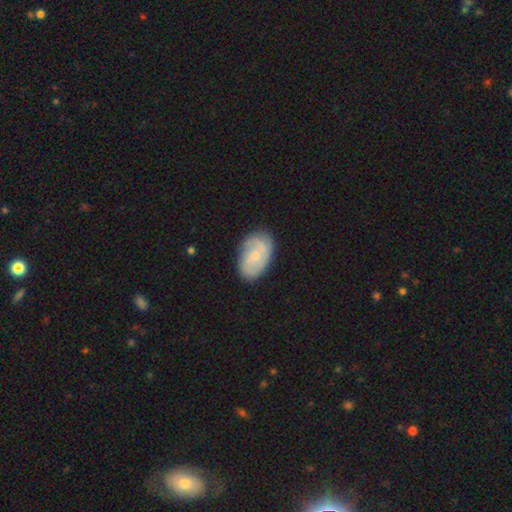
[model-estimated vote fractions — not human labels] featured or disk 57%, smooth 37%, star or artifact 6%. Down the decision tree: edge-on disk — no (96%); bar — no (67%); spiral arms — yes (81%); bulge size — small (70%); merging — none (77%).